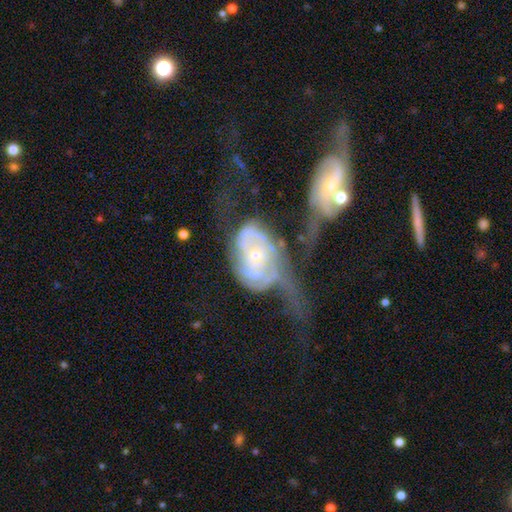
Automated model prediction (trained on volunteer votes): Smooth or featured? featured or disk (82%)
Edge-on disk? no (96%)
Bar? no (77%)
Spiral arms? yes (87%)
Spiral winding? tight (53%)
Spiral arm count? can't tell (38%)
Bulge size? small (69%)
Merging? merger (42%)